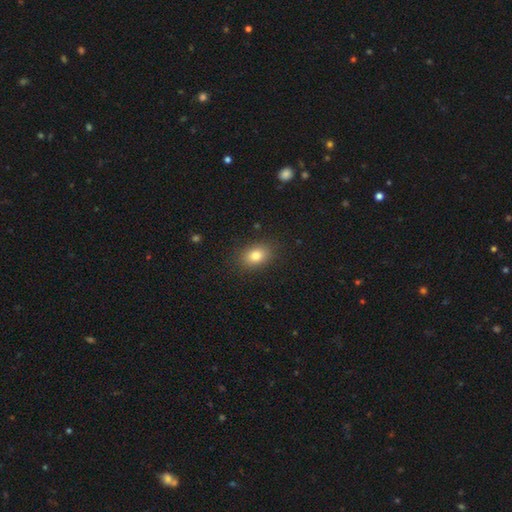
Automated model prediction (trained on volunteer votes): smooth 81%, star or artifact 10%, featured or disk 9%. Down the decision tree: how rounded — in between (73%); merging — none (87%).